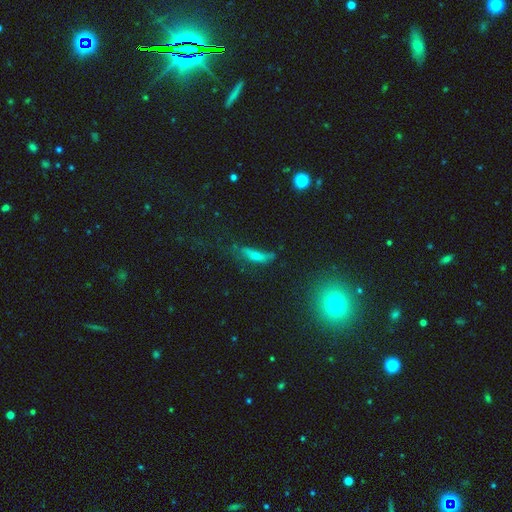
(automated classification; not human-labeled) The model was most divided on "smooth or featured": smooth: 47%, featured or disk: 34%, star or artifact: 19%. Remaining: merging — none (42%).